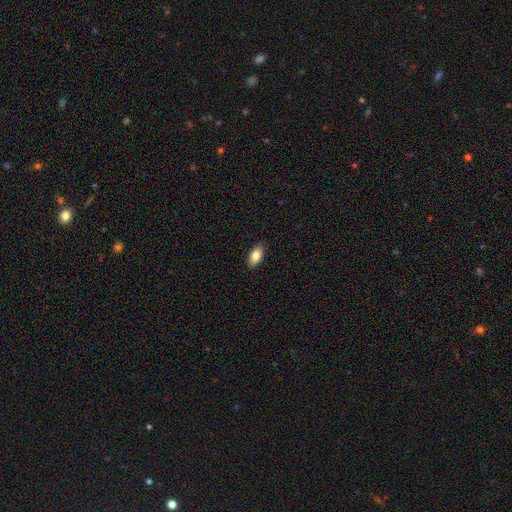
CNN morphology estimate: The model was most divided on "smooth or featured": smooth: 83%, featured or disk: 10%, star or artifact: 7%. More confident: how rounded — in between (91%); merging — none (89%).